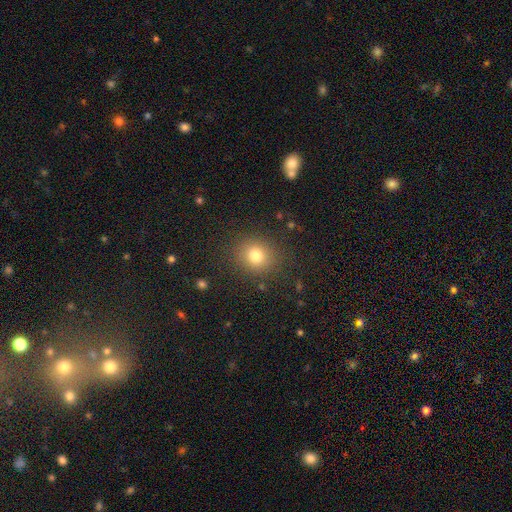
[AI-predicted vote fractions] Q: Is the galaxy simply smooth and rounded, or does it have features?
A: smooth — 78%.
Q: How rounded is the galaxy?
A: round — 83%.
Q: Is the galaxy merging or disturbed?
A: none — 86%.